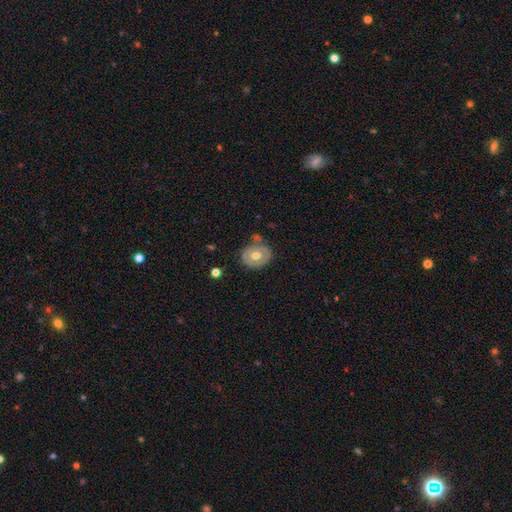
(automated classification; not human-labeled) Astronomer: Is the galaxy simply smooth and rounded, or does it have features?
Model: featured or disk — 47% (runner-up: smooth, 46%).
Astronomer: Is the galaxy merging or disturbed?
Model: none — 68%.